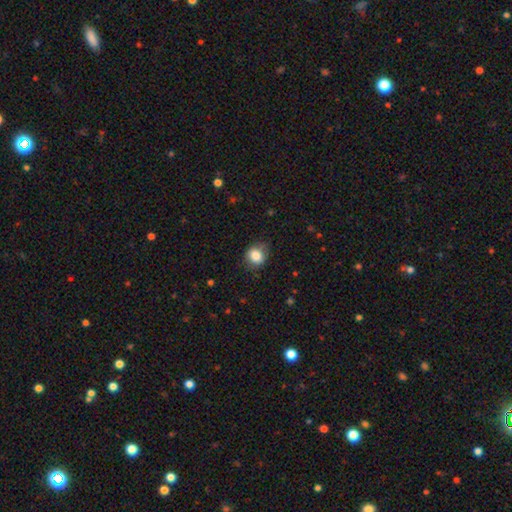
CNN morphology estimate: type=smooth (83%); roundness=round (69%); merging=none (75%).